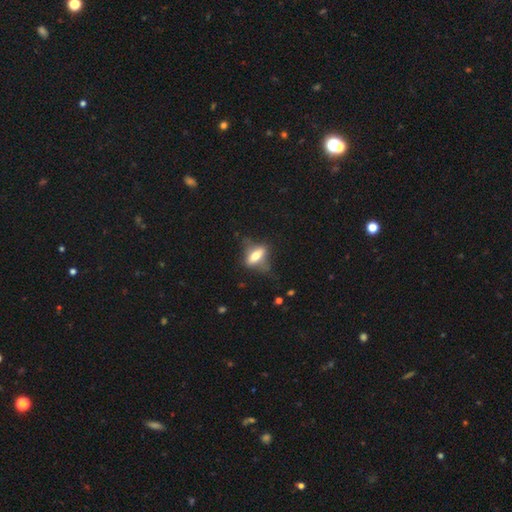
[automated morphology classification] Overall: smooth (52%; featured or disk 39%). How rounded: in between (67%; cigar-shaped 28%). Merging: none (54%; minor disturbance 26%).